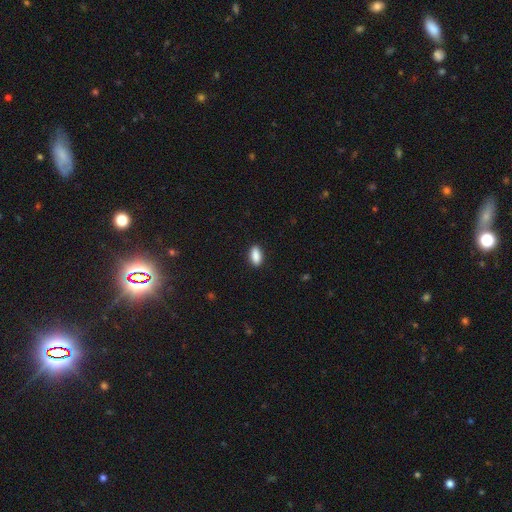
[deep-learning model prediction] smooth 89%, star or artifact 7%, featured or disk 4%. Down the decision tree: how rounded — in between (88%); merging — none (89%).